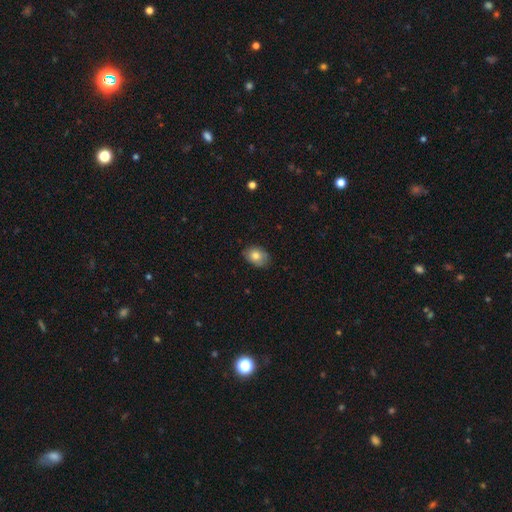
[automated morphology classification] Smooth or featured?
  - smooth: 80% *
  - featured or disk: 12%
  - star or artifact: 8%
How rounded?
  - in between: 75% *
  - round: 24%
  - cigar-shaped: 1%
Merging?
  - none: 80% *
  - minor disturbance: 17%
  - major disturbance: 3%
  - merger: 1%